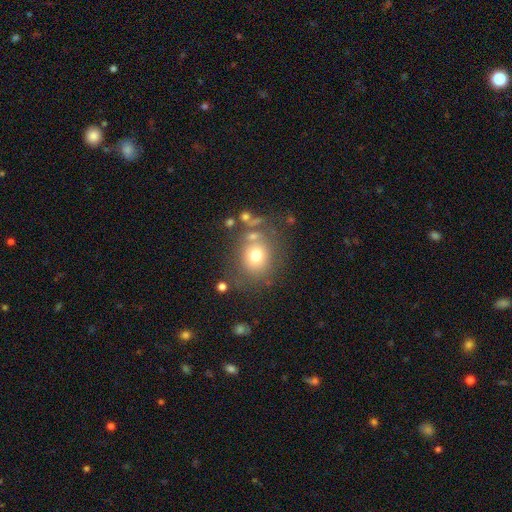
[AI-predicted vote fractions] Smooth or featured? Predicted: smooth (p=0.71). How rounded? Predicted: round (p=0.72). Merging? Predicted: none (p=0.65).